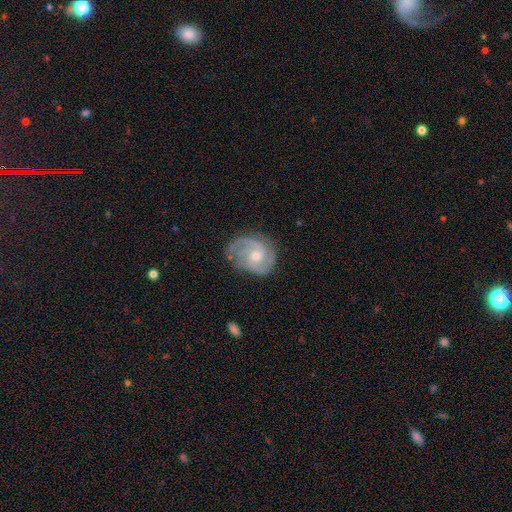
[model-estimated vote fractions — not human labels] This is clearly a featured or disk galaxy (87%). It is clearly not viewed edge-on (98%). Bar: possibly no (57%). Spiral arm pattern: clearly yes (97%). Spiral arm count: possibly 2 (56%). Spiral winding: possibly tight (51%). Central bulge: likely moderate (65%). Merging: likely none (72%).